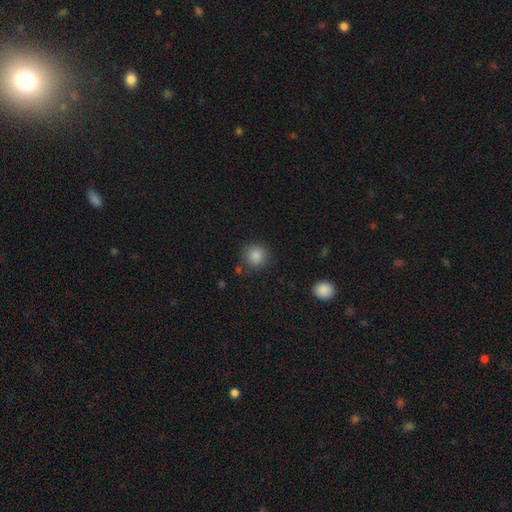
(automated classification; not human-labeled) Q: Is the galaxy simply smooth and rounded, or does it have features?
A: smooth — 86%.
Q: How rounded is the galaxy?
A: round — 92%.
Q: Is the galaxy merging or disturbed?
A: none — 85%.